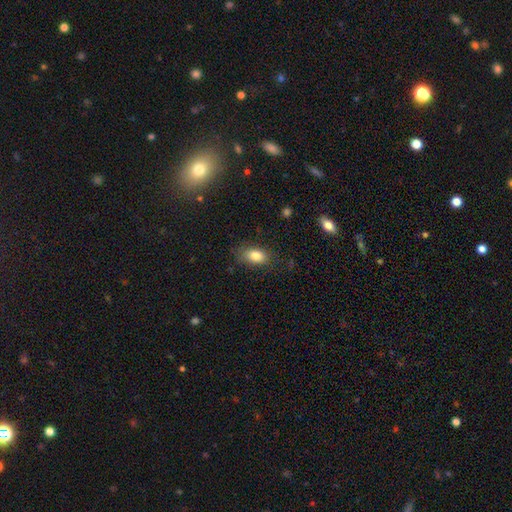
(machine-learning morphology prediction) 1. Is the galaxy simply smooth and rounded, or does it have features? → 84% smooth, 8% star or artifact, 8% featured or disk.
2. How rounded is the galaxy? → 87% in between, 10% round, 3% cigar-shaped.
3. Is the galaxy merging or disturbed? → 77% none, 17% minor disturbance, 5% major disturbance, 1% merger.